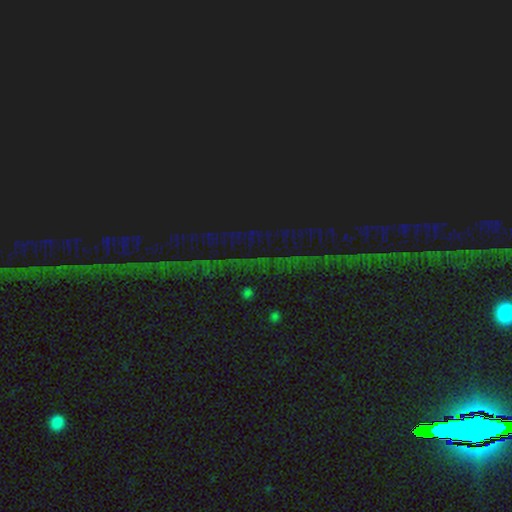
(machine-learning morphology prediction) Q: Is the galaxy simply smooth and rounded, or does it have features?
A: star or artifact — 82%.